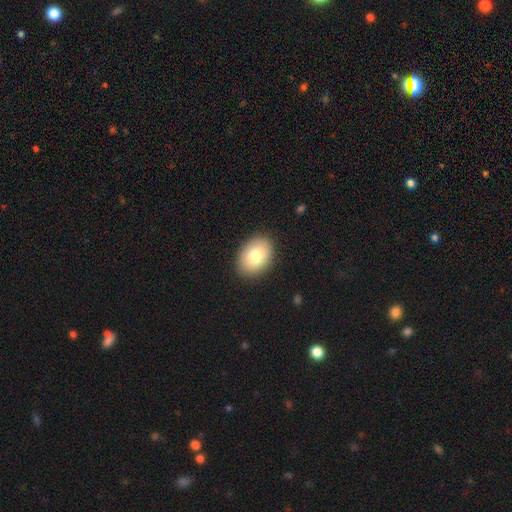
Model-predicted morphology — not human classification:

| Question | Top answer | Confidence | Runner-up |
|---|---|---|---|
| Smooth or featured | smooth | 79% | featured or disk (14%) |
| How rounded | in between | 77% | round (22%) |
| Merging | none | 88% | minor disturbance (9%) |